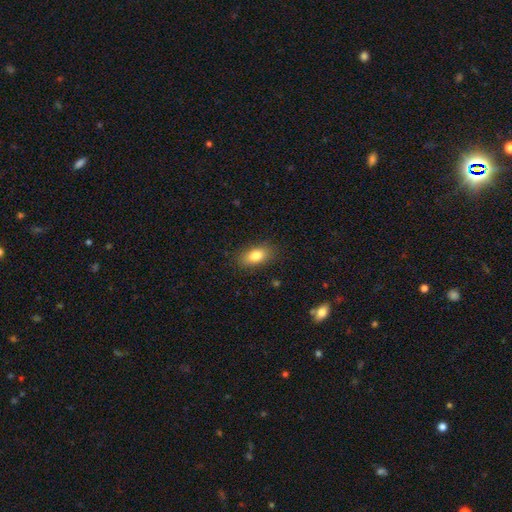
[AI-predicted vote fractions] The model was most divided on "smooth or featured": smooth: 82%, featured or disk: 10%, star or artifact: 8%. More confident: how rounded — in between (86%); merging — none (86%).